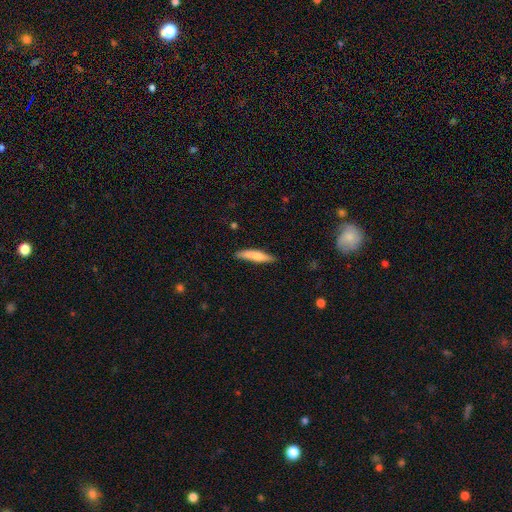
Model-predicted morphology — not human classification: This is likely a smooth galaxy (73%). How rounded: clearly cigar-shaped (86%). Merging: clearly none (81%).